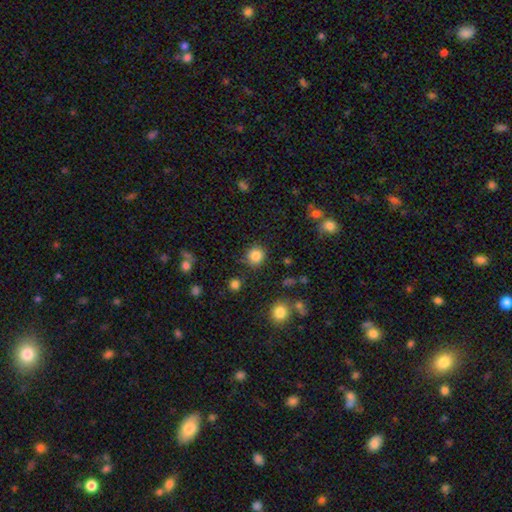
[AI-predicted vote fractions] Smooth or featured? Predicted: smooth (p=0.85). How rounded? Predicted: round (p=0.90). Merging? Predicted: none (p=0.86).